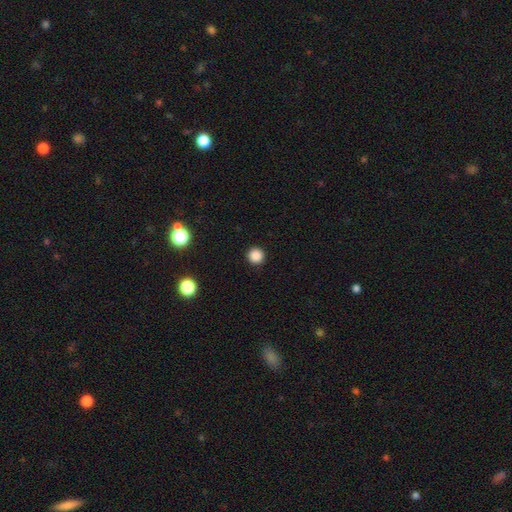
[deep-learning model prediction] smooth_or_featured: smooth (p=0.86) [alt: star or artifact p=0.11]
how_rounded: round (p=0.96) [alt: in between p=0.03]
merging: none (p=0.93) [alt: minor disturbance p=0.04]